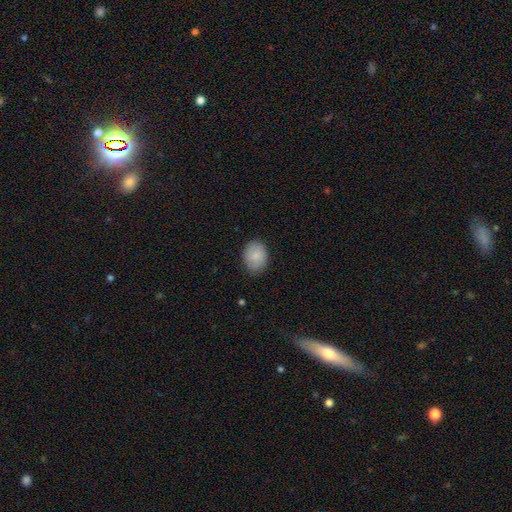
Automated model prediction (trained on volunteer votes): Q: Smooth or featured?
A: smooth (84%); runner-up: featured or disk (9%)
Q: How rounded?
A: in between (67%); runner-up: round (32%)
Q: Merging?
A: none (80%); runner-up: minor disturbance (16%)